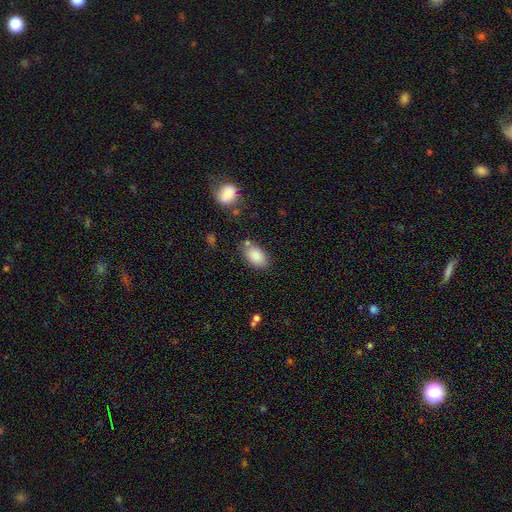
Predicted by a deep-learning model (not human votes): This is clearly a smooth galaxy (87%). How rounded: clearly in between (92%). Merging: likely none (72%).